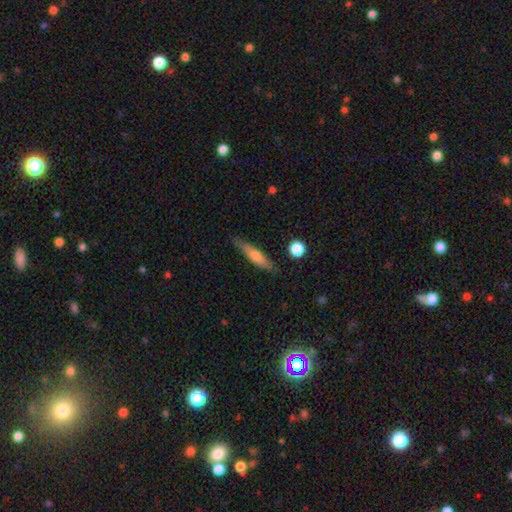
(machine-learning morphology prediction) Smooth or featured? Predicted: smooth (p=0.59). How rounded? Predicted: cigar-shaped (p=0.81). Merging? Predicted: none (p=0.81).